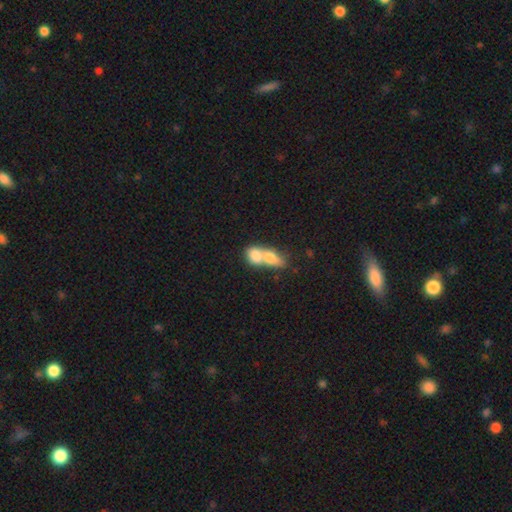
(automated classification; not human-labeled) smooth_or_featured: smooth (p=0.73) [alt: featured or disk p=0.20]
how_rounded: in between (p=0.67) [alt: round p=0.27]
merging: merger (p=0.80) [alt: none p=0.12]